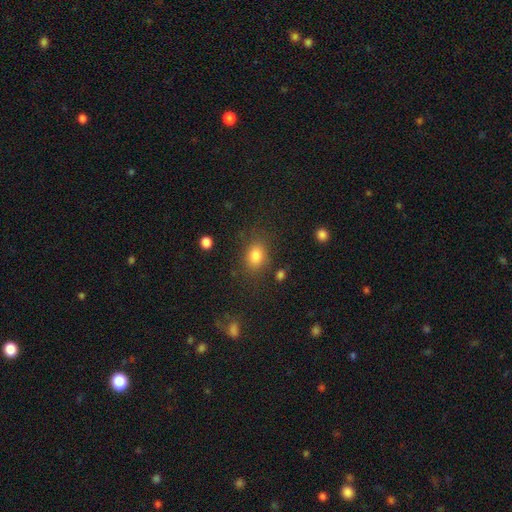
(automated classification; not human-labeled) A smooth galaxy with no disk features (82%) that is in between round and cigar-shaped (61%). Merging: none (78%).